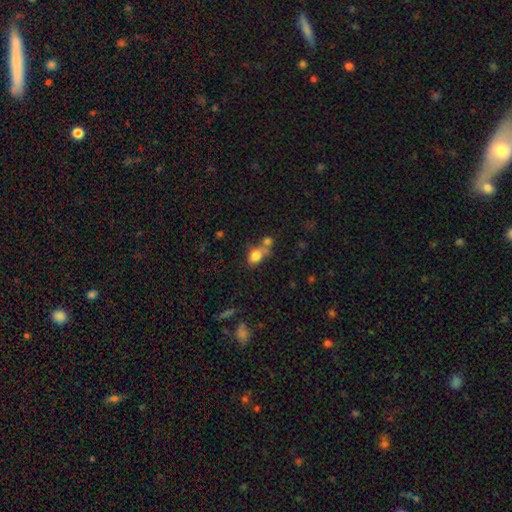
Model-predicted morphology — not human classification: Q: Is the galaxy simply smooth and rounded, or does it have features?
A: smooth — 80%.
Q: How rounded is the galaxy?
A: in between — 69%.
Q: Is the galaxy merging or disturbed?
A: merger — 41%.